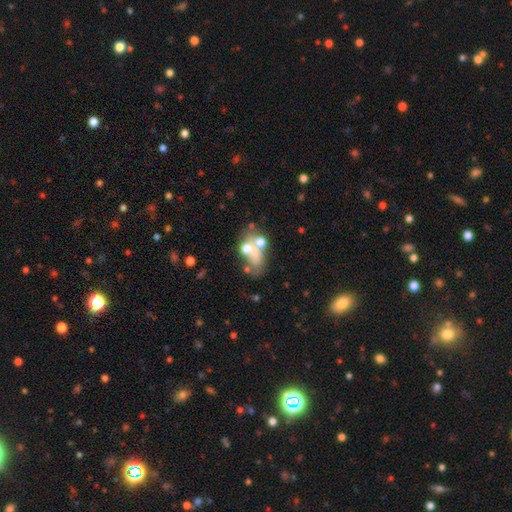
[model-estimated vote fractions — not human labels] smooth 42%, featured or disk 39%, star or artifact 19%. Down the decision tree: merging — merger (39%).